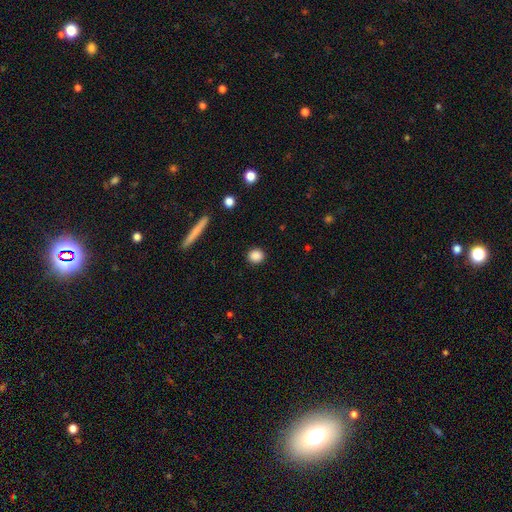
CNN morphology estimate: Smooth or featured: smooth — 87% (star or artifact — 9%)
How rounded: round — 86% (in between — 12%)
Merging: none — 91% (minor disturbance — 6%)